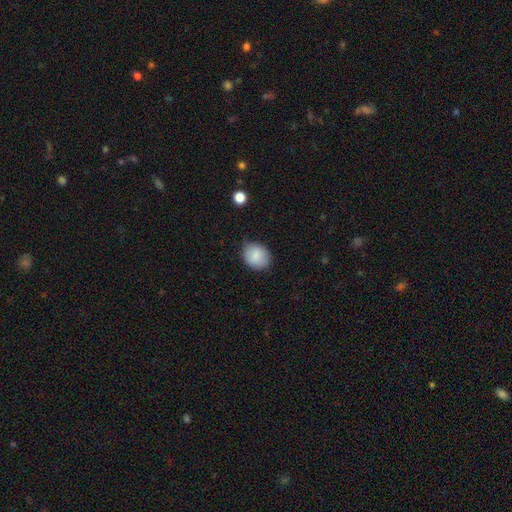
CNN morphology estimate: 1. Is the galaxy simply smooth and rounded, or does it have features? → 84% smooth, 9% featured or disk, 8% star or artifact.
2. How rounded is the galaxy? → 60% round, 39% in between, 1% cigar-shaped.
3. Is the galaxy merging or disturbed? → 70% none, 24% minor disturbance, 4% major disturbance, 1% merger.